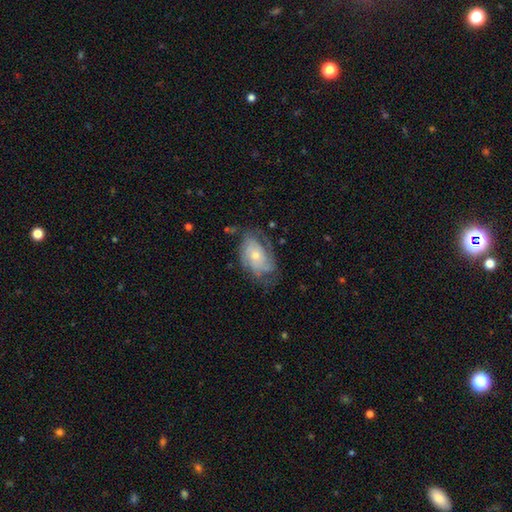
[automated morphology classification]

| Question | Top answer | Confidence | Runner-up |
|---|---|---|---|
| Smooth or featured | featured or disk | 64% | smooth (30%) |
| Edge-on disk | no | 95% | yes (5%) |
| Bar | no | 79% | weak (18%) |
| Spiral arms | yes | 79% | no (21%) |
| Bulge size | small | 48% | moderate (45%) |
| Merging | none | 54% | minor disturbance (27%) |